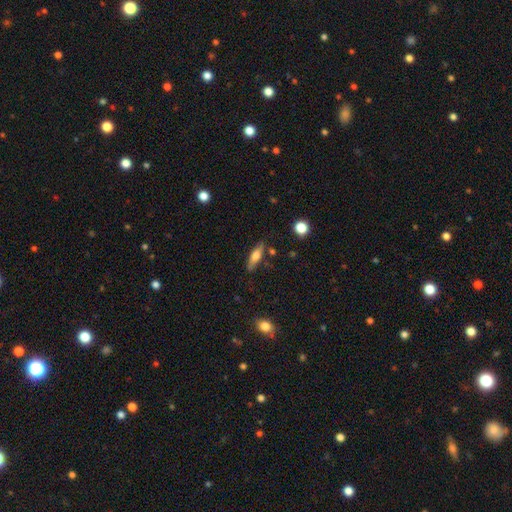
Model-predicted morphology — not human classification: Smooth or featured? Predicted: smooth (p=0.56). How rounded? Predicted: cigar-shaped (p=0.55). Merging? Predicted: none (p=0.78).